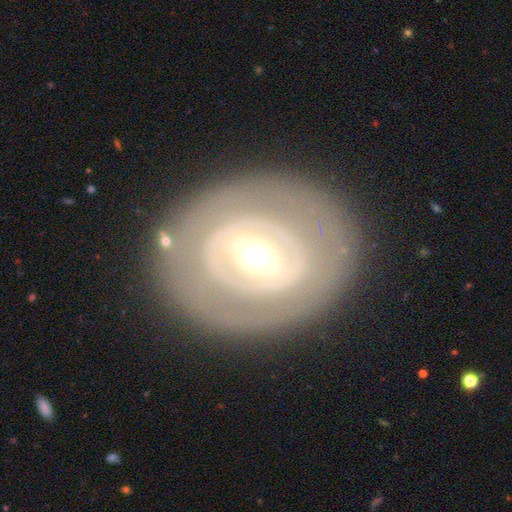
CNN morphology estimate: smooth_or_featured: featured or disk (p=0.73) [alt: smooth p=0.23]
disk_edge_on: no (p=0.95) [alt: yes p=0.05]
bar: no (p=0.38) [alt: weak p=0.34]
has_spiral_arms: no (p=0.68) [alt: yes p=0.32]
bulge_size: small (p=0.49) [alt: moderate p=0.45]
merging: none (p=0.82) [alt: minor disturbance p=0.11]